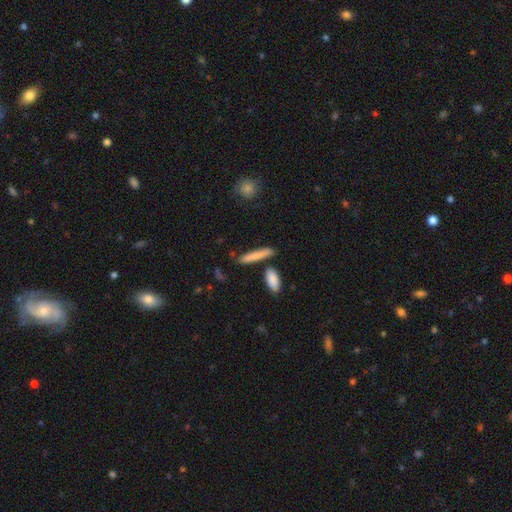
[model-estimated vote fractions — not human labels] smooth 78%, featured or disk 16%, star or artifact 6%. Down the decision tree: how rounded — cigar-shaped (88%); merging — none (80%).